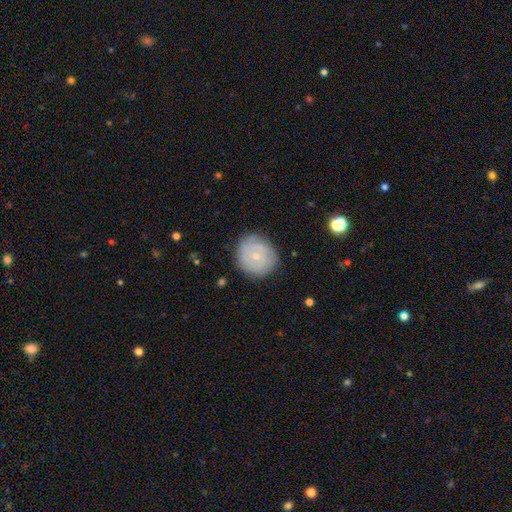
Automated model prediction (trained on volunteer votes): Overall: featured or disk (50%; smooth 42%). Edge-on disk: no (97%). Merging: none (79%).